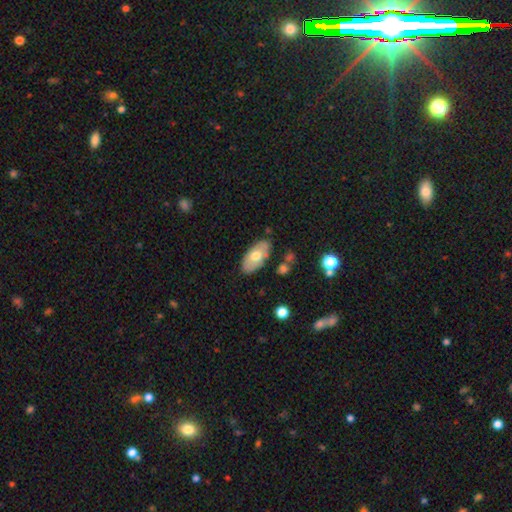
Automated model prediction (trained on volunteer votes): smooth 62%, featured or disk 31%, star or artifact 6%. Down the decision tree: how rounded — in between (93%); merging — none (80%).